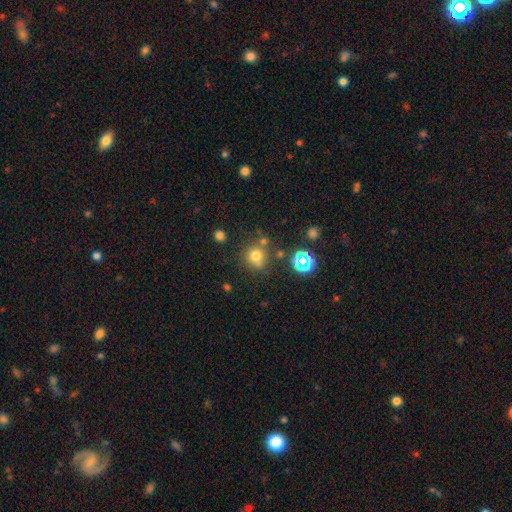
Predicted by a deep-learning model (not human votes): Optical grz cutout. It shows a smooth galaxy with no disk features (72%) that is round (91%). Merging: none (71%).